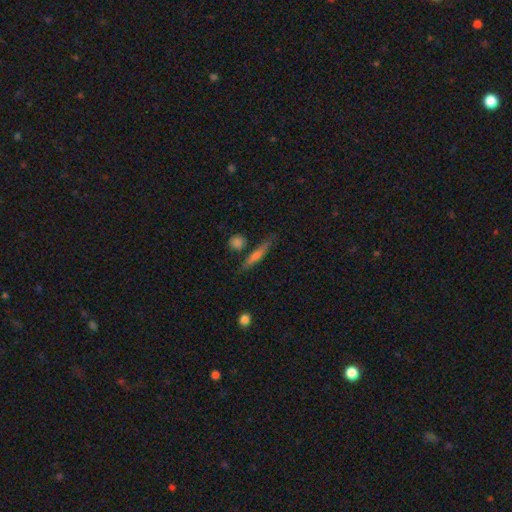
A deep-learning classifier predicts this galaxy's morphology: This is possibly a smooth galaxy (49%). Merging: clearly none (81%).